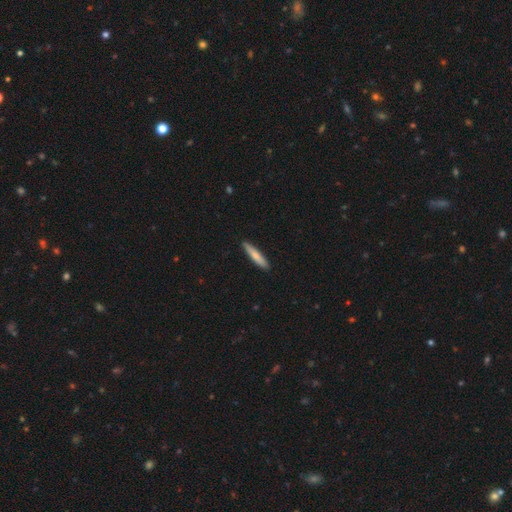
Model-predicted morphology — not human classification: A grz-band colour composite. It shows a smooth galaxy with no disk features (73%) that is cigar-shaped (90%). Merging: none (90%).